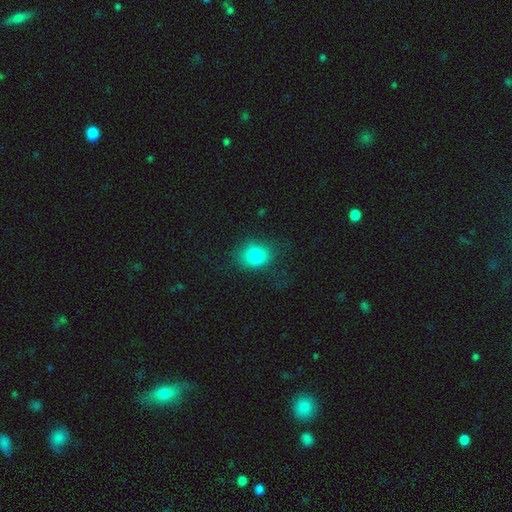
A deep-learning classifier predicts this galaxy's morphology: smooth_or_featured: smooth (p=0.81) [alt: star or artifact p=0.11]
how_rounded: round (p=0.55) [alt: in between p=0.44]
merging: none (p=0.68) [alt: minor disturbance p=0.20]